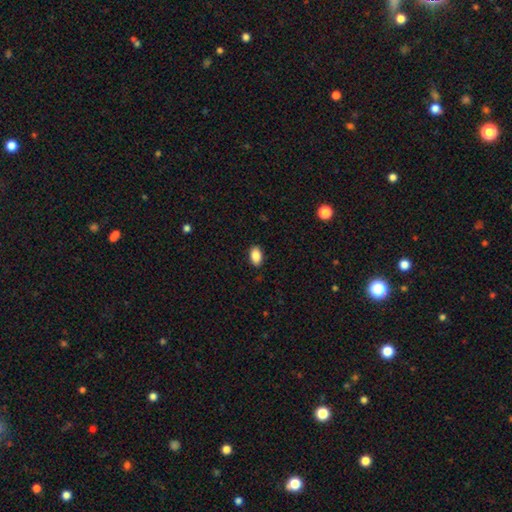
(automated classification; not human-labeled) The model was most divided on "merging": none: 88%, minor disturbance: 9%, major disturbance: 2%, merger: 1%. More confident: how rounded — in between (90%); smooth or featured — smooth (88%).